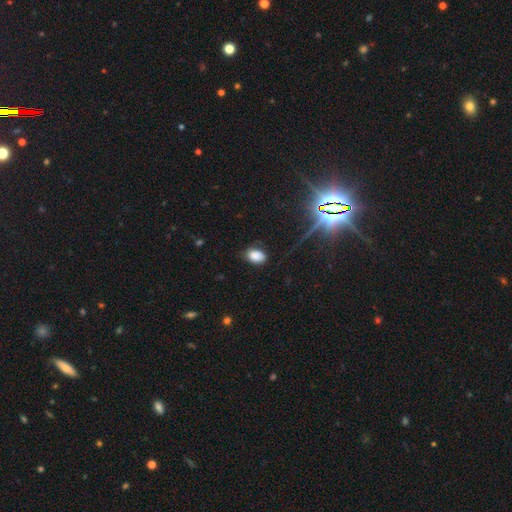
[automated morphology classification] type=smooth (83%); roundness=in between (81%); merging=none (75%).